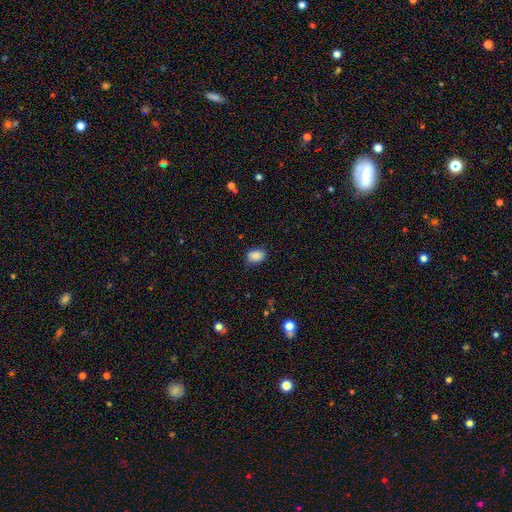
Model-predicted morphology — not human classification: type=smooth (87%); roundness=in between (79%); merging=none (78%).